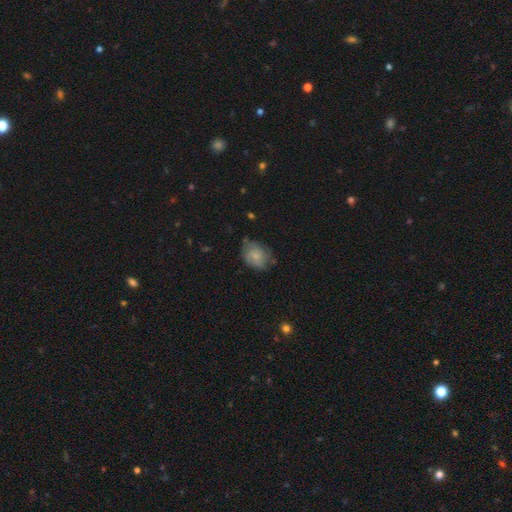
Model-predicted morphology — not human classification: smooth-or-featured: smooth: 58% | featured or disk: 34% | star or artifact: 8%
  how-rounded: in between: 63% | round: 36% | cigar-shaped: 1%
  merging: none: 56% | minor disturbance: 32% | major disturbance: 10% | merger: 2%